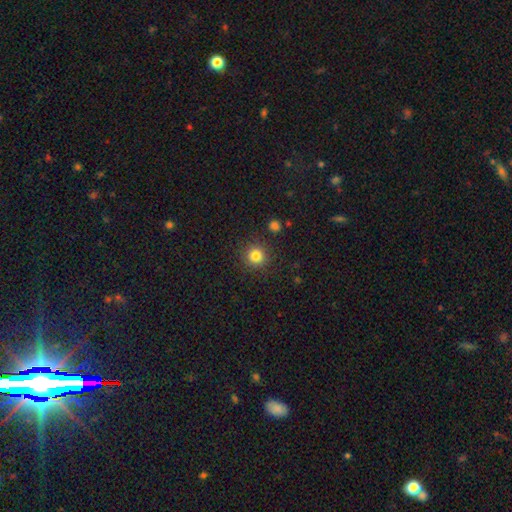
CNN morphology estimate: Smooth or featured: smooth — 82% (star or artifact — 12%)
How rounded: round — 94% (in between — 5%)
Merging: none — 89% (minor disturbance — 6%)